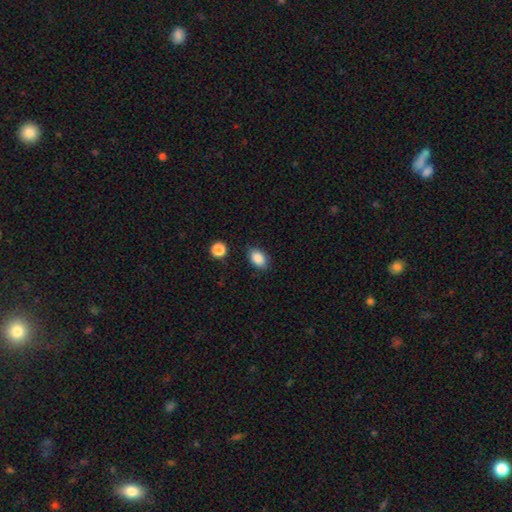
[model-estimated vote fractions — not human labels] smooth 87%, star or artifact 8%, featured or disk 4%. Down the decision tree: how rounded — in between (86%); merging — none (85%).